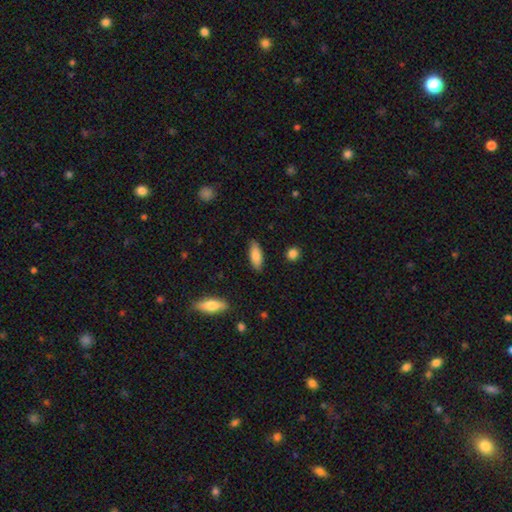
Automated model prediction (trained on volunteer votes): Q: Smooth or featured?
A: smooth (79%); runner-up: featured or disk (14%)
Q: How rounded?
A: in between (72%); runner-up: cigar-shaped (26%)
Q: Merging?
A: none (85%); runner-up: minor disturbance (11%)